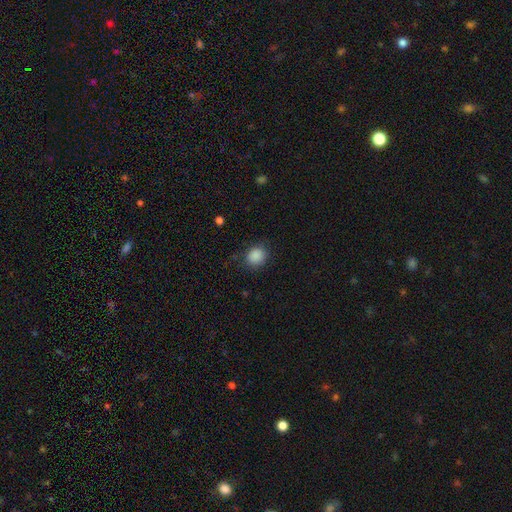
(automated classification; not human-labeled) smooth_or_featured: smooth (p=0.88) [alt: star or artifact p=0.09]
how_rounded: round (p=0.74) [alt: in between p=0.25]
merging: none (p=0.84) [alt: minor disturbance p=0.12]